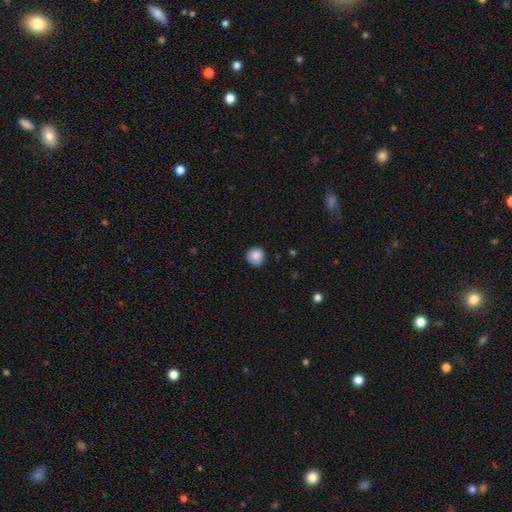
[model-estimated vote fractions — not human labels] Smooth or featured? smooth (88%)
How rounded? round (93%)
Merging? none (88%)